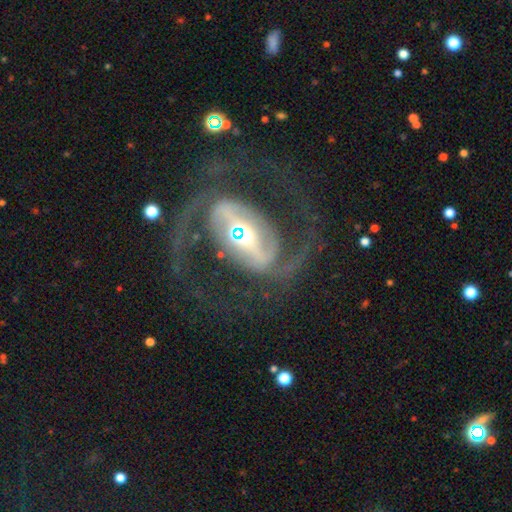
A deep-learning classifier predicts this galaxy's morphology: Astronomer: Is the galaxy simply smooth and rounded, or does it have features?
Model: featured or disk — 89%.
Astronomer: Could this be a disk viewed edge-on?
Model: no — 96%.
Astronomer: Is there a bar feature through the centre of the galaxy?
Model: strong — 57%.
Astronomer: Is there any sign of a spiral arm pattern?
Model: yes — 94%.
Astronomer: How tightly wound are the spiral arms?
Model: medium — 54% (runner-up: loose, 29%).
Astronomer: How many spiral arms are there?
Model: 2 — 92%.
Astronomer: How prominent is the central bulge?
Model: moderate — 54% (runner-up: small, 33%).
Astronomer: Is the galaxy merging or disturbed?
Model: none — 70%.